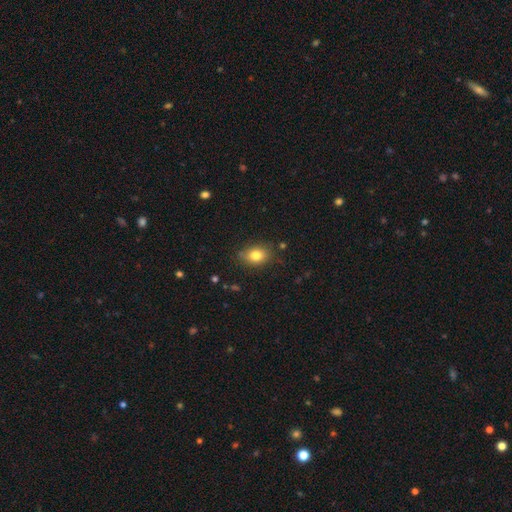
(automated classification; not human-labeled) Smooth or featured? smooth (80%)
How rounded? in between (65%)
Merging? none (80%)